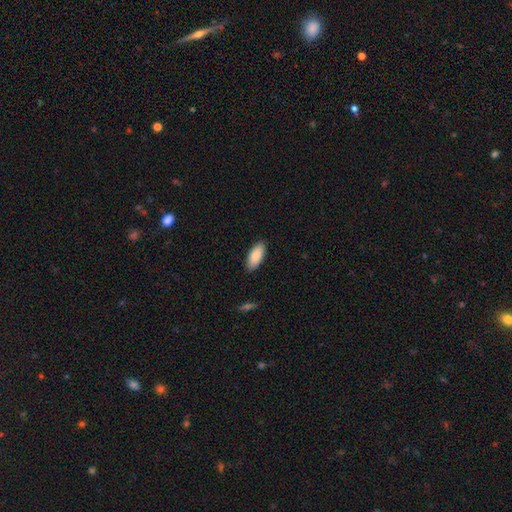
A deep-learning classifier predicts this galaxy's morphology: A smooth galaxy with no disk features (87%) that is in between round and cigar-shaped (85%). Merging: none (89%).